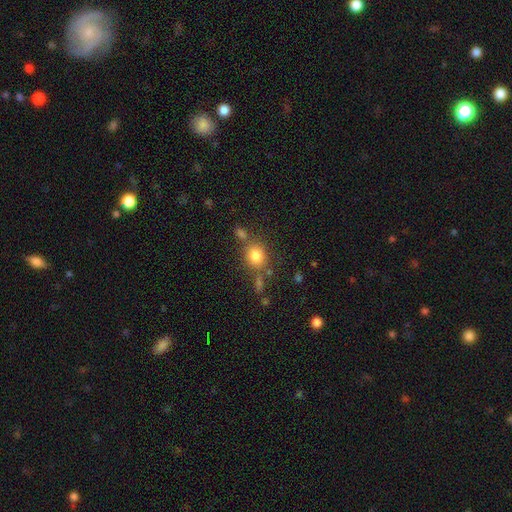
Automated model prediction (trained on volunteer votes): Morphology: type=smooth (81%); roundness=round (67%); merging=none (67%).